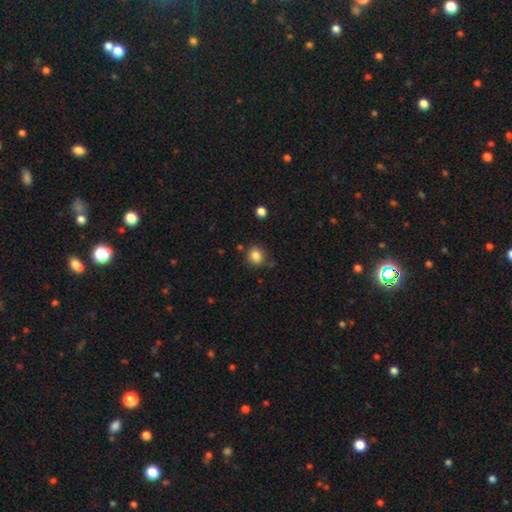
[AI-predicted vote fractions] This appears to be a smooth galaxy with no disk features (85%) that is round (80%). Merging: none (78%).